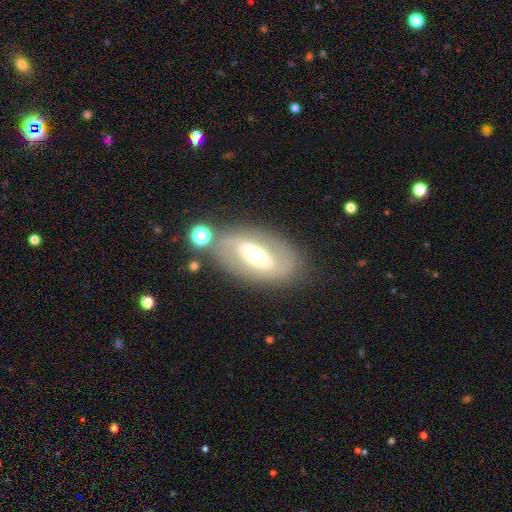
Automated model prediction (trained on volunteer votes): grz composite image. It shows a featured or disk galaxy (70%) with no bar (37%), spiral arms (63%) and a moderate central bulge (65%). Merging: none (72%).